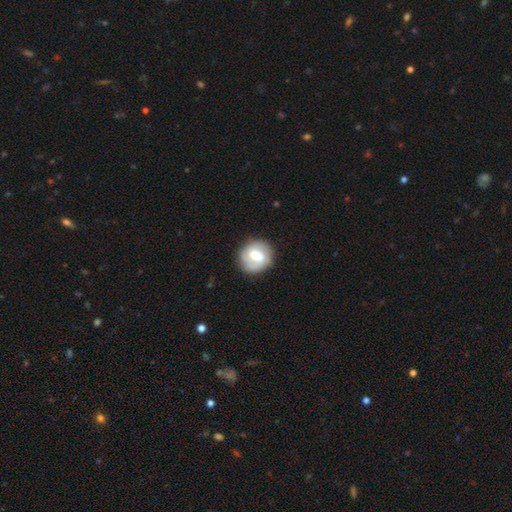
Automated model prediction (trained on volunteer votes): Smooth or featured: featured or disk — 56% (smooth — 38%)
Edge-on disk: no — 97% (yes — 3%)
Bar: weak — 51% (no — 25%)
Spiral arms: yes — 77% (no — 23%)
Bulge size: moderate — 59% (small — 21%)
Merging: none — 80% (minor disturbance — 13%)